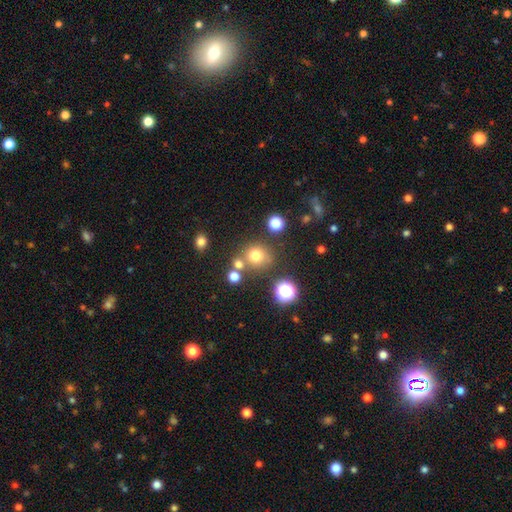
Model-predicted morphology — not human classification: This is likely a smooth galaxy (72%). How rounded: clearly round (86%). Merging: likely none (70%).